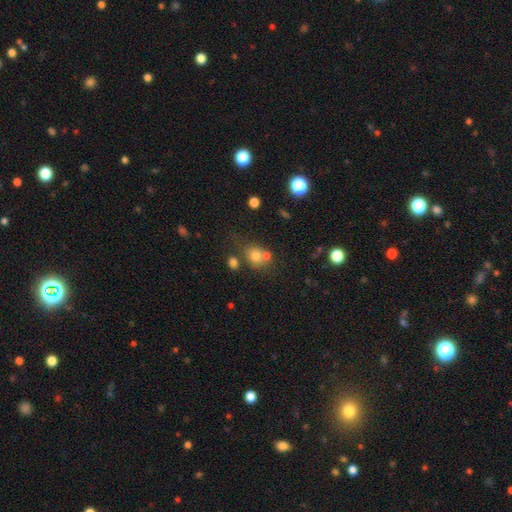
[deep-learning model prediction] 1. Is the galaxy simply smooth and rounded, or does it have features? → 72% smooth, 17% star or artifact, 11% featured or disk.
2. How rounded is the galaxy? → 70% round, 29% in between, 1% cigar-shaped.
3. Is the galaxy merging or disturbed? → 53% none, 28% merger, 13% minor disturbance, 6% major disturbance.